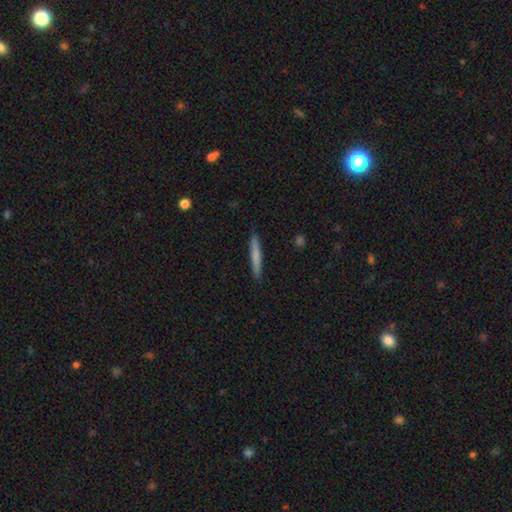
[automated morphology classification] Smooth or featured: smooth — 70% (featured or disk — 24%)
How rounded: cigar-shaped — 95% (in between — 3%)
Merging: none — 90% (minor disturbance — 7%)